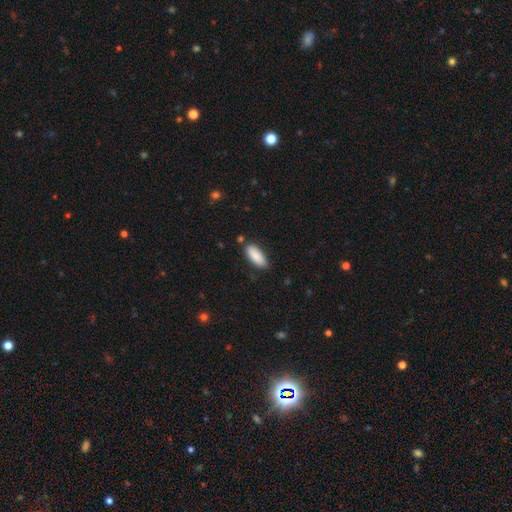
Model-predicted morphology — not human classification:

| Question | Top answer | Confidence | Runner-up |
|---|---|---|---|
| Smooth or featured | smooth | 88% | star or artifact (6%) |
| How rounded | in between | 80% | cigar-shaped (19%) |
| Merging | none | 80% | minor disturbance (15%) |